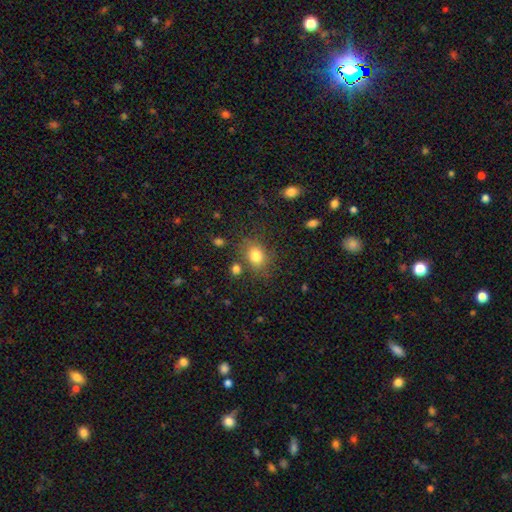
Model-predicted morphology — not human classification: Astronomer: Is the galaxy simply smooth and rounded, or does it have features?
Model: smooth — 79%.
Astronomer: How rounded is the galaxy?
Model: in between — 56% (runner-up: round, 43%).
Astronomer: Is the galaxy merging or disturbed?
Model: none — 74%.